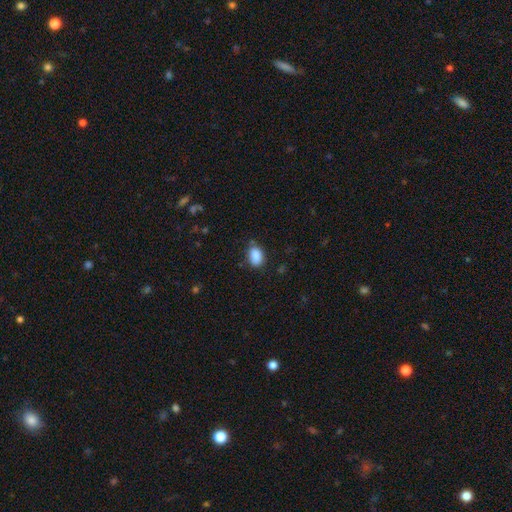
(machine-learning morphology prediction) This appears to be a smooth galaxy with no disk features (88%) that is in between round and cigar-shaped (83%). Merging: none (78%).